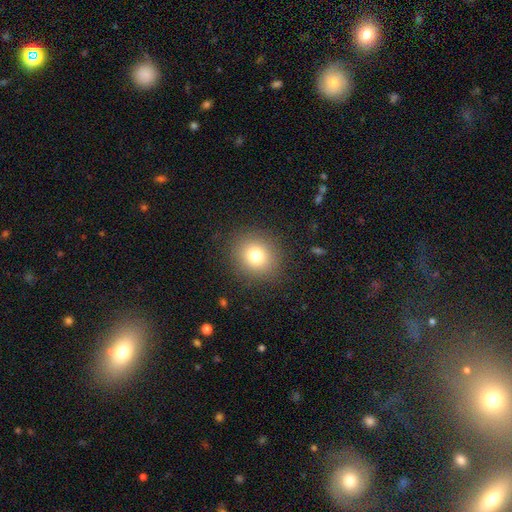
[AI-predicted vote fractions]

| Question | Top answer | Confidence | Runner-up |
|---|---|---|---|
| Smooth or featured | smooth | 77% | star or artifact (13%) |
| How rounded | round | 86% | in between (13%) |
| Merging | none | 89% | minor disturbance (7%) |